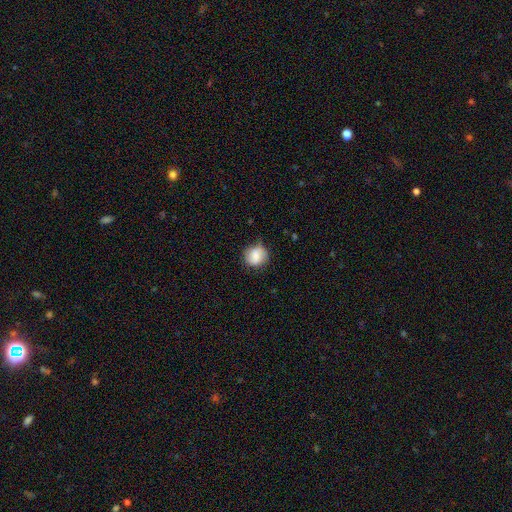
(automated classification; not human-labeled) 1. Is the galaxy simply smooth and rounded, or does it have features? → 77% smooth, 15% featured or disk, 8% star or artifact.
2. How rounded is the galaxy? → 83% round, 16% in between, 1% cigar-shaped.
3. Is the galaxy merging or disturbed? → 72% none, 21% minor disturbance, 5% major disturbance, 1% merger.